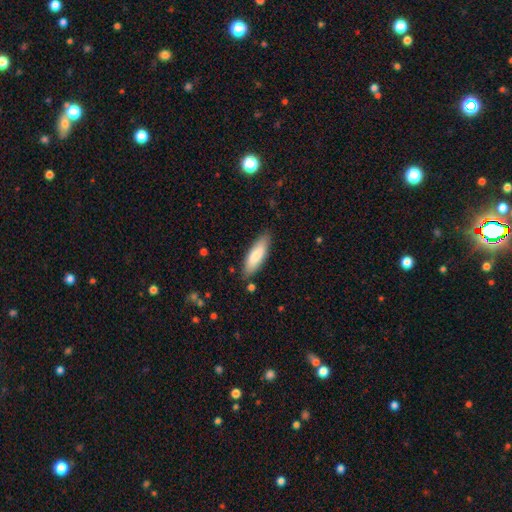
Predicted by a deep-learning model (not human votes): Smooth or featured? Predicted: smooth (p=0.82). How rounded? Predicted: in between (p=0.53). Merging? Predicted: none (p=0.84).